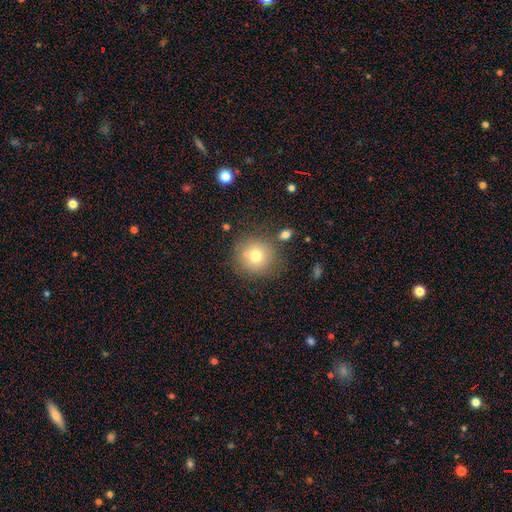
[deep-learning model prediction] A smooth galaxy with no disk features (74%) that is round (93%).

Vote fractions:
- Smooth or featured? smooth: 74% / featured or disk: 14% / star or artifact: 12%
- How rounded? round: 93% / in between: 6% / cigar-shaped: 1%
- Merging? none: 76% / minor disturbance: 12% / merger: 8% / major disturbance: 4%